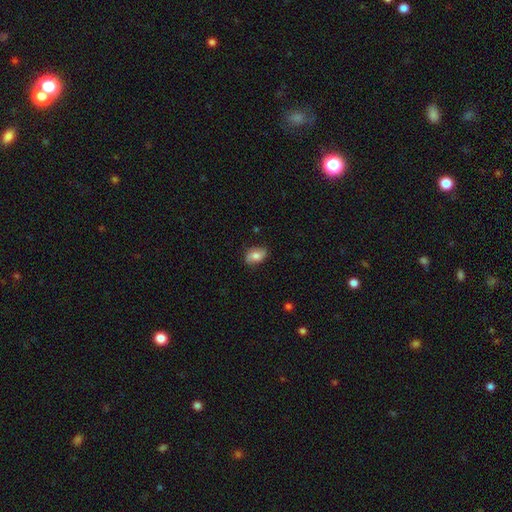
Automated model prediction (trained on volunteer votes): Q: Smooth or featured?
A: smooth (72%); runner-up: featured or disk (21%)
Q: How rounded?
A: in between (87%); runner-up: round (11%)
Q: Merging?
A: none (80%); runner-up: minor disturbance (16%)